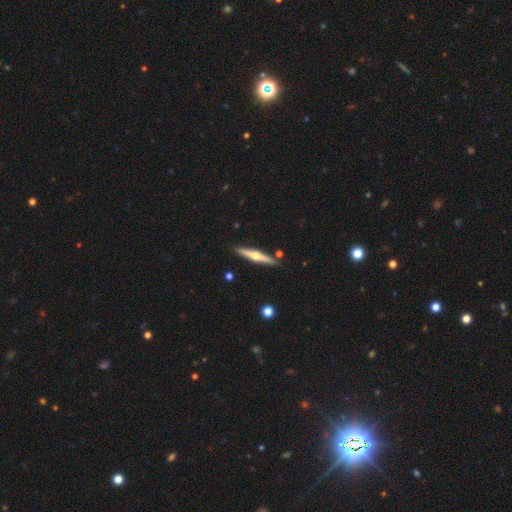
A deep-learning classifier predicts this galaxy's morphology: Smooth or featured: featured or disk — 72% (smooth — 23%)
Edge-on disk: yes — 98% (no — 2%)
Edge-on bulge: rounded — 92% (boxy — 4%)
Merging: none — 88% (minor disturbance — 8%)